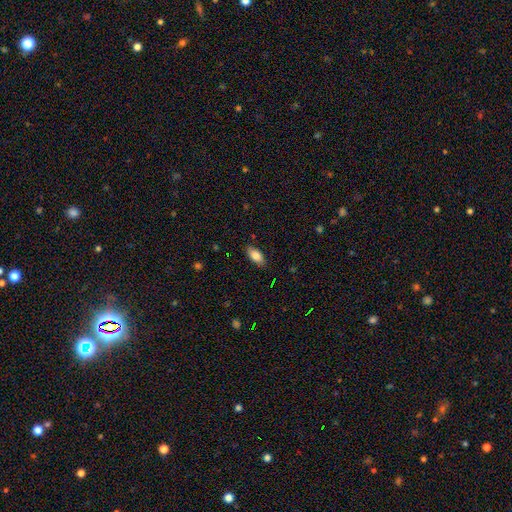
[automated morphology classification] Smooth or featured?
  - smooth: 83% *
  - featured or disk: 10%
  - star or artifact: 7%
How rounded?
  - in between: 89% *
  - cigar-shaped: 8%
  - round: 3%
Merging?
  - none: 86% *
  - minor disturbance: 11%
  - major disturbance: 2%
  - merger: 1%